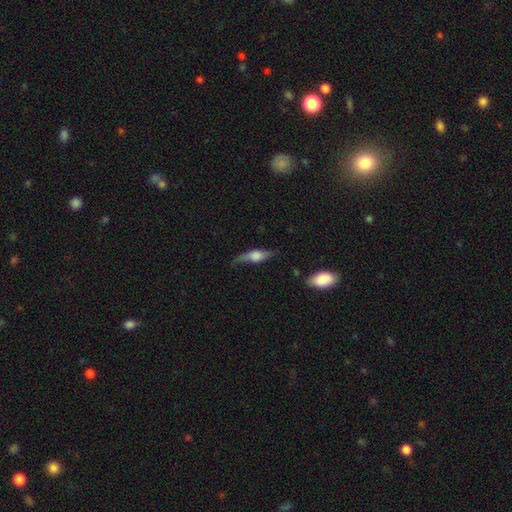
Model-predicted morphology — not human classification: smooth_or_featured: featured or disk (p=0.49) [alt: smooth p=0.44]
merging: none (p=0.50) [alt: minor disturbance p=0.30]